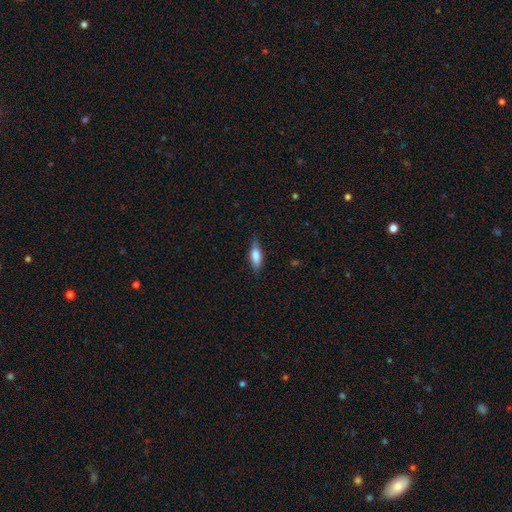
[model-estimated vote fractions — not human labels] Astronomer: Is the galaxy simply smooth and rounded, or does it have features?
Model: smooth — 80%.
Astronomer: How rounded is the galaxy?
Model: in between — 66%.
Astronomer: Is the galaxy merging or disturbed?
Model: none — 77%.